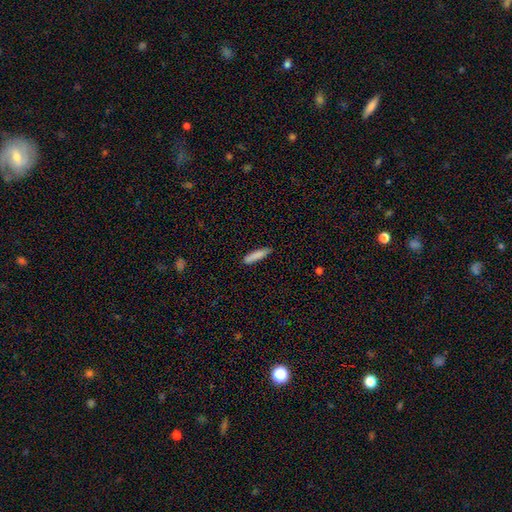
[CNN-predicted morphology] Smooth or featured?
  - smooth: 85% *
  - featured or disk: 8%
  - star or artifact: 7%
How rounded?
  - cigar-shaped: 83% *
  - in between: 16%
  - round: 1%
Merging?
  - none: 82% *
  - minor disturbance: 14%
  - major disturbance: 2%
  - merger: 1%